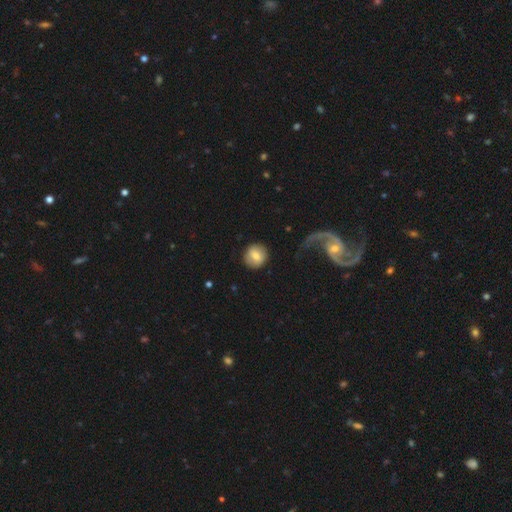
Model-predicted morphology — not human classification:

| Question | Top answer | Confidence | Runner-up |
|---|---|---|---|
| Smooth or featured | smooth | 73% | featured or disk (19%) |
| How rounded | round | 89% | in between (10%) |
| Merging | none | 83% | minor disturbance (9%) |